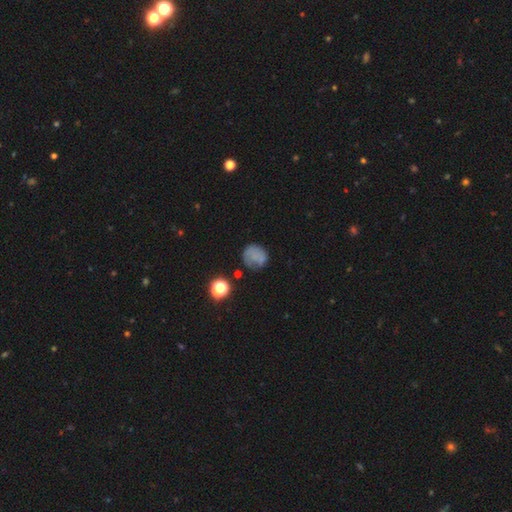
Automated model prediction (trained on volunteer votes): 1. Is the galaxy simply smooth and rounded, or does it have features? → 64% smooth, 20% featured or disk, 17% star or artifact.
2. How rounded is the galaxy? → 78% round, 21% in between, 1% cigar-shaped.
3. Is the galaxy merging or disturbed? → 53% none, 26% minor disturbance, 17% major disturbance, 4% merger.